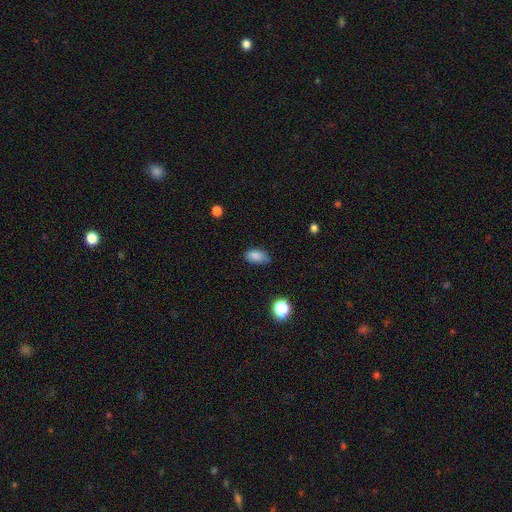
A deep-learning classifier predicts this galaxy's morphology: smooth 84%, star or artifact 10%, featured or disk 6%. Down the decision tree: how rounded — in between (90%); merging — none (70%).